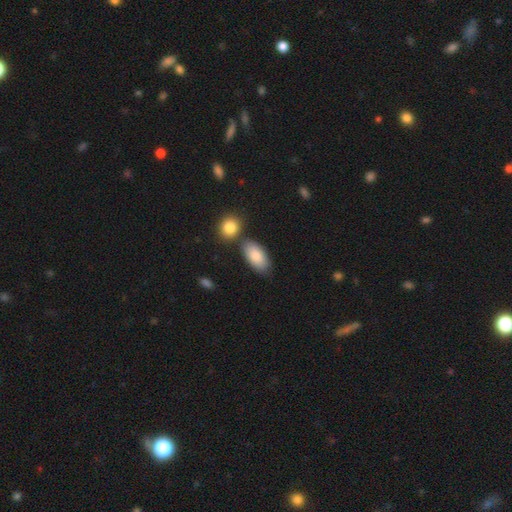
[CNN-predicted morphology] The model was most divided on "merging": none: 68%, merger: 17%, minor disturbance: 12%, major disturbance: 3%. More confident: how rounded — in between (93%); smooth or featured — smooth (86%).